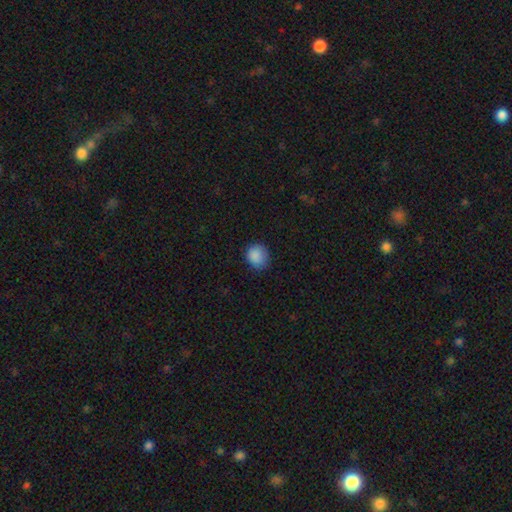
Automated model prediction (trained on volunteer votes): Smooth or featured? smooth (88%)
How rounded? round (75%)
Merging? none (78%)